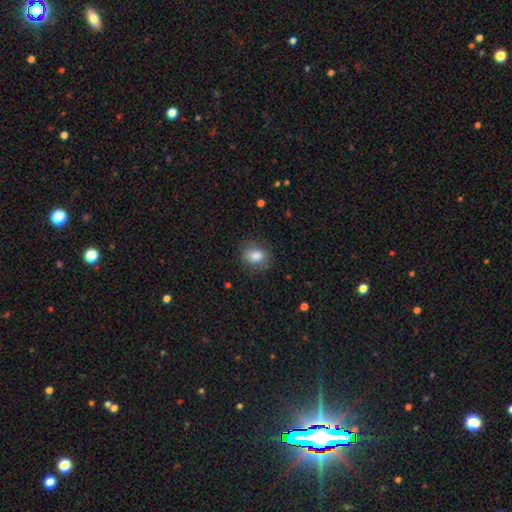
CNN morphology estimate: Q: Smooth or featured?
A: smooth (84%); runner-up: star or artifact (9%)
Q: How rounded?
A: round (51%); runner-up: in between (48%)
Q: Merging?
A: none (80%); runner-up: minor disturbance (15%)